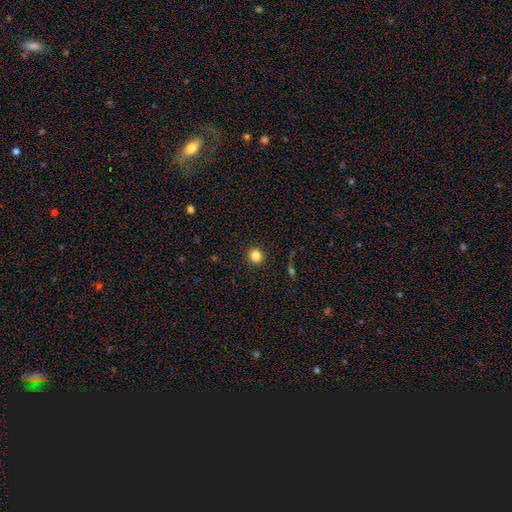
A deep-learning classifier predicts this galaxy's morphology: smooth-or-featured: smooth: 83% | star or artifact: 11% | featured or disk: 5%
  how-rounded: round: 87% | in between: 12% | cigar-shaped: 1%
  merging: none: 91% | minor disturbance: 5% | major disturbance: 2% | merger: 1%